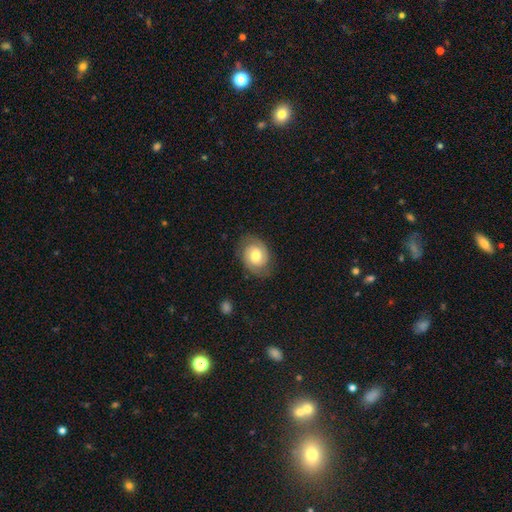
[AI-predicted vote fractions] Smooth or featured?
  - featured or disk: 64% *
  - smooth: 29%
  - star or artifact: 7%
Edge-on disk?
  - no: 97% *
  - yes: 3%
Bar?
  - no: 67% *
  - weak: 28%
  - strong: 5%
Spiral arms?
  - yes: 89% *
  - no: 11%
Spiral winding?
  - tight: 55% *
  - medium: 35%
  - loose: 10%
Spiral arm count?
  - 2: 84% *
  - can't tell: 9%
  - 1: 2%
  - 3: 2%
  - 4: 1%
  - more than 4: 1%
Bulge size?
  - moderate: 71% *
  - small: 15%
  - large: 11%
  - dominant: 1%
  - none: 1%
Merging?
  - none: 80% *
  - minor disturbance: 14%
  - major disturbance: 5%
  - merger: 1%